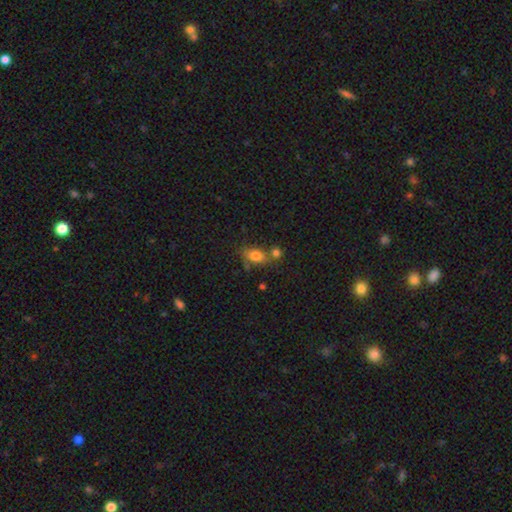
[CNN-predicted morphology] Smooth or featured? Predicted: smooth (p=0.79). How rounded? Predicted: in between (p=0.80). Merging? Predicted: none (p=0.55).